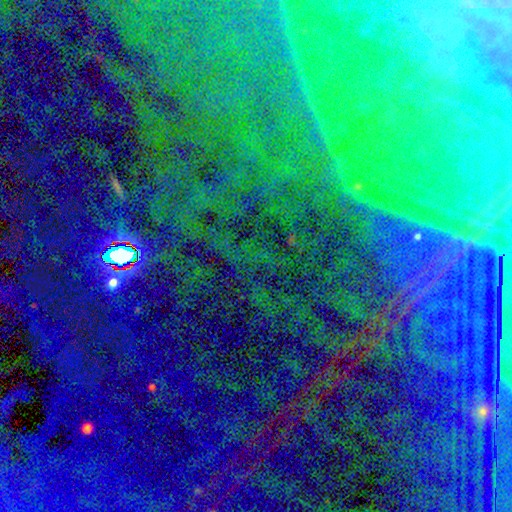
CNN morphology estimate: Smooth or featured?
  - star or artifact: 82% *
  - featured or disk: 10%
  - smooth: 8%